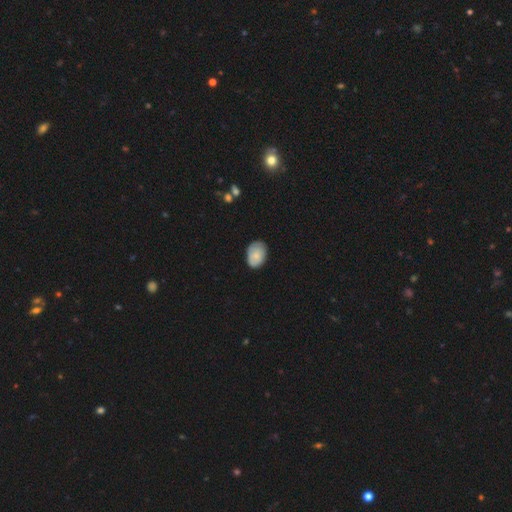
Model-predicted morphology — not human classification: type=smooth (76%); roundness=in between (83%); merging=none (70%).